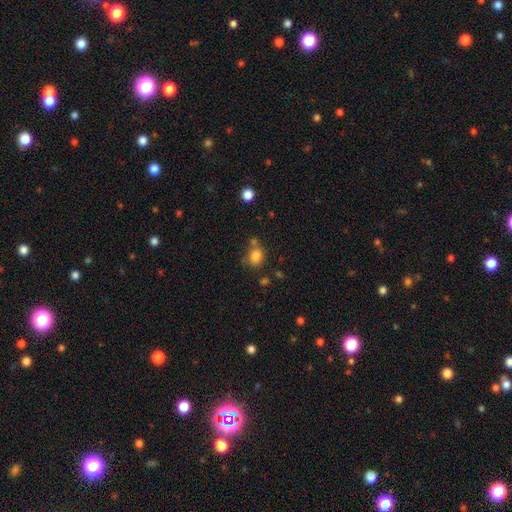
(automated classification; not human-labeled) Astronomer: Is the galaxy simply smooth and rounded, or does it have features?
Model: smooth — 82%.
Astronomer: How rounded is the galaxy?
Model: round — 56% (runner-up: in between, 43%).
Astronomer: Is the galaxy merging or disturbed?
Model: none — 58%.